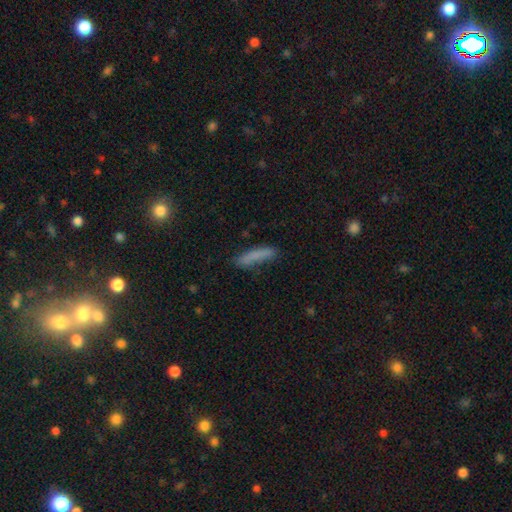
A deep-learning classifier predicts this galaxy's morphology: Smooth or featured: smooth — 78% (featured or disk — 14%)
How rounded: cigar-shaped — 86% (in between — 12%)
Merging: none — 72% (minor disturbance — 19%)